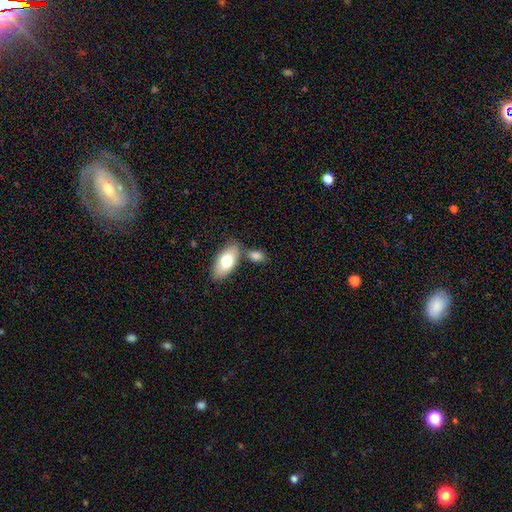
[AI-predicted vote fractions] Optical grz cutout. It shows a smooth galaxy with no disk features (78%) that is in between round and cigar-shaped (84%). Merging: none (63%).